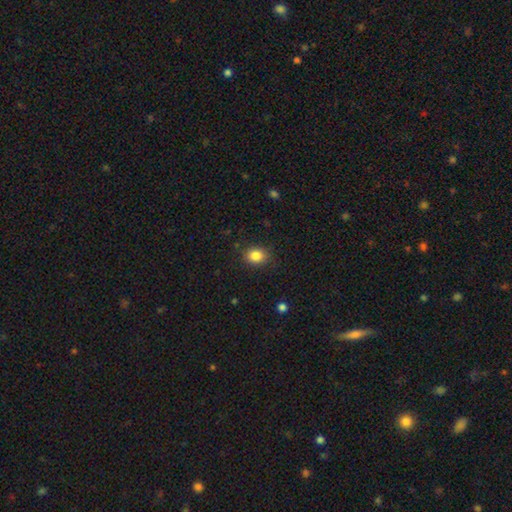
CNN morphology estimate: Smooth or featured? Predicted: smooth (p=0.85). How rounded? Predicted: round (p=0.57). Merging? Predicted: none (p=0.86).